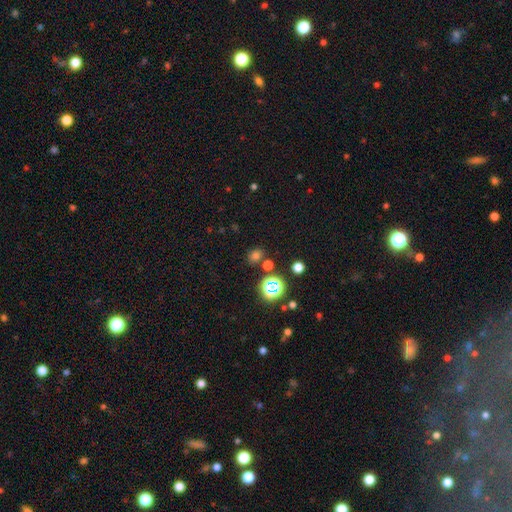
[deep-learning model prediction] This is likely a smooth galaxy (66%). How rounded: likely round (63%). Merging: likely none (78%).